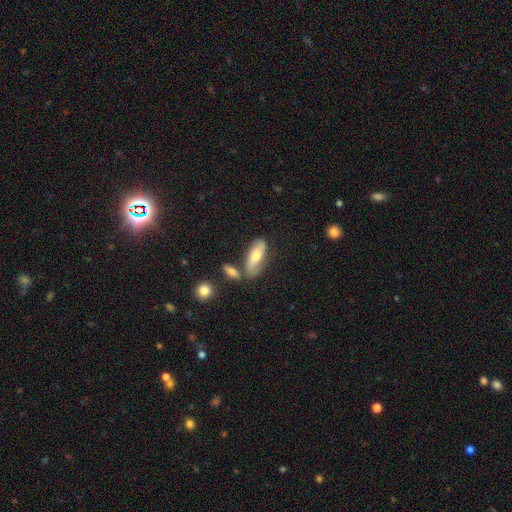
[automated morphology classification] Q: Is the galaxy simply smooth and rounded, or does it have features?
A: smooth — 61%.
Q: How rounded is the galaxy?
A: in between — 71%.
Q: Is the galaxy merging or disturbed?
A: none — 61%.